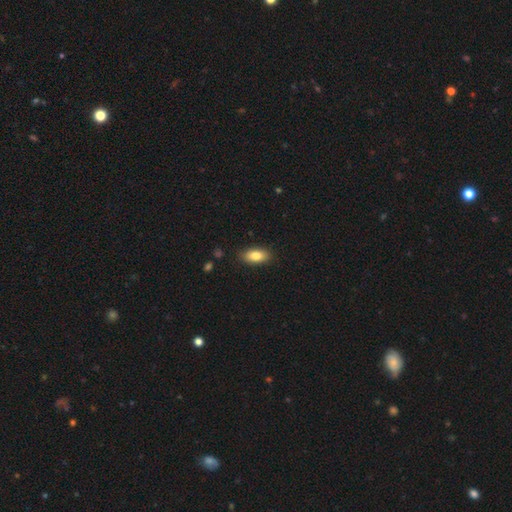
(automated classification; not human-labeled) Smooth or featured: smooth — 83% (featured or disk — 10%)
How rounded: in between — 89% (cigar-shaped — 7%)
Merging: none — 87% (minor disturbance — 10%)